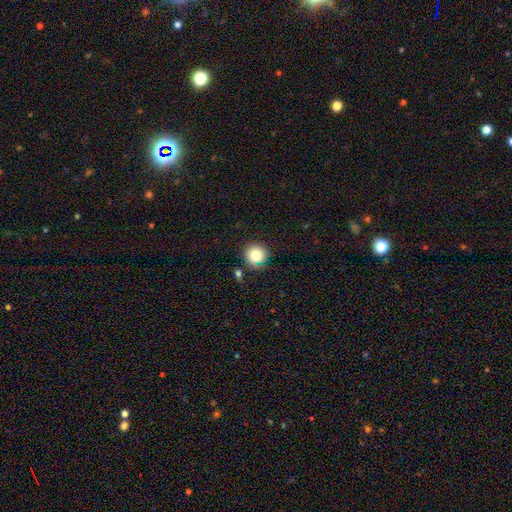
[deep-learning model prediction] Smooth or featured? smooth (81%)
How rounded? round (93%)
Merging? none (78%)